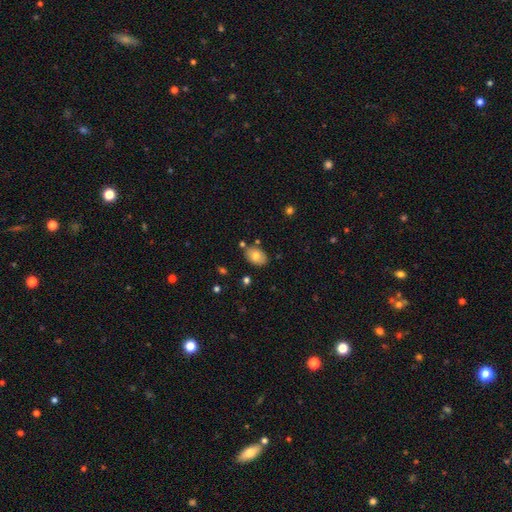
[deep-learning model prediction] Overall: smooth (75%). How rounded: in between (84%). Merging: none (78%).